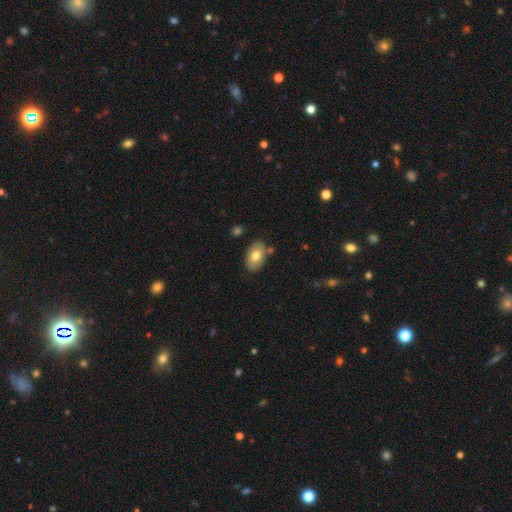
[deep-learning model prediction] Overall: smooth (71%). How rounded: in between (90%). Merging: none (78%).